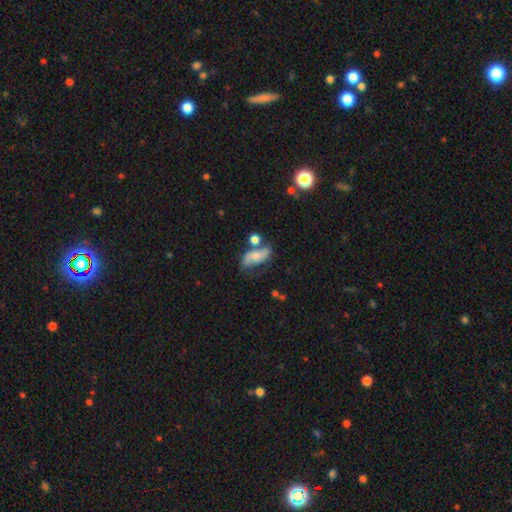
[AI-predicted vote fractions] Smooth or featured? featured or disk (58%)
Edge-on disk? no (92%)
Bar? no (65%)
Spiral arms? yes (83%)
Bulge size? small (46%)
Merging? none (51%)